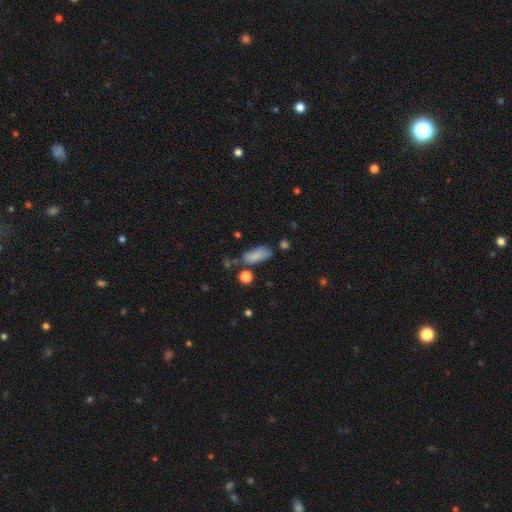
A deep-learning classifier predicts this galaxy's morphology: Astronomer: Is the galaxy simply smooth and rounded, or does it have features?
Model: smooth — 82%.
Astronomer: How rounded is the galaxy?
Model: in between — 80%.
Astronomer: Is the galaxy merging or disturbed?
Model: none — 61%.